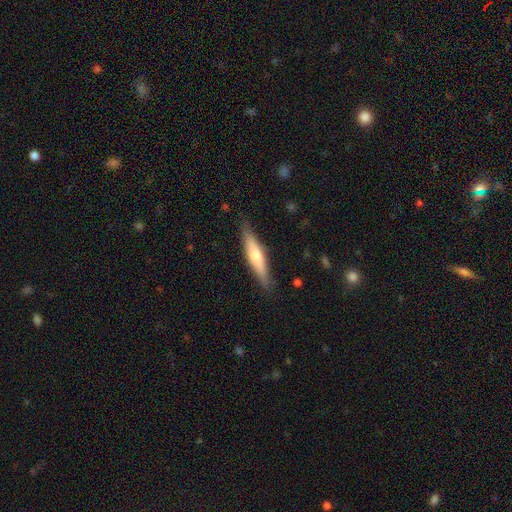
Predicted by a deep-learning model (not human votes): Morphology: type=smooth (55%); roundness=cigar-shaped (83%); merging=none (86%).